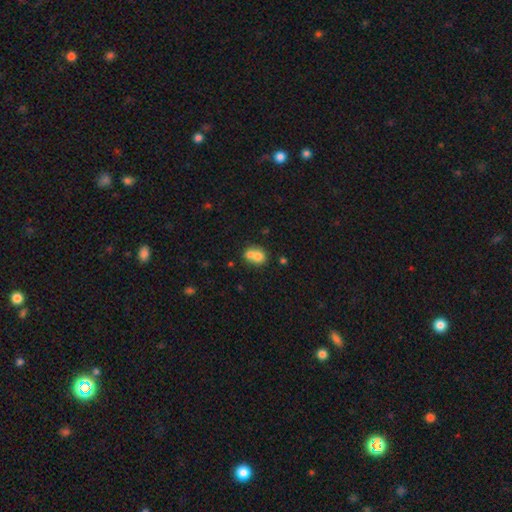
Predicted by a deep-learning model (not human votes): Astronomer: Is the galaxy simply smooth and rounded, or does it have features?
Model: smooth — 71%.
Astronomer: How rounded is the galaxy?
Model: round — 67%.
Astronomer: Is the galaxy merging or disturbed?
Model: merger — 65%.